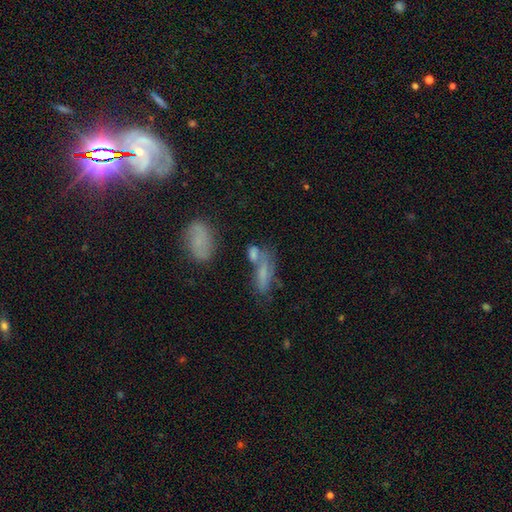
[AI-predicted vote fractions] Smooth or featured? smooth (66%)
How rounded? in between (64%)
Merging? merger (39%)